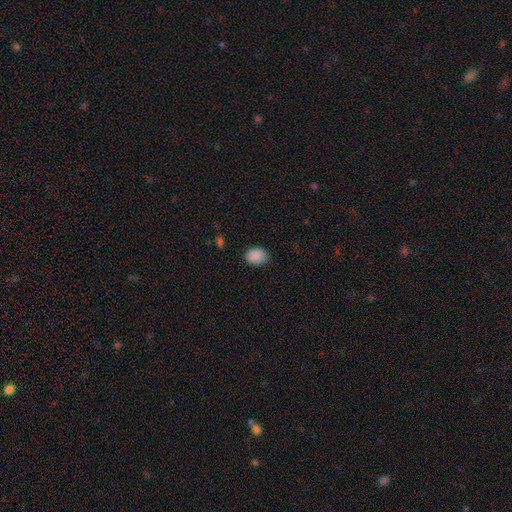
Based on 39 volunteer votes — Morphology: type=smooth (87%); roundness=round (53%); merging=none (69%).